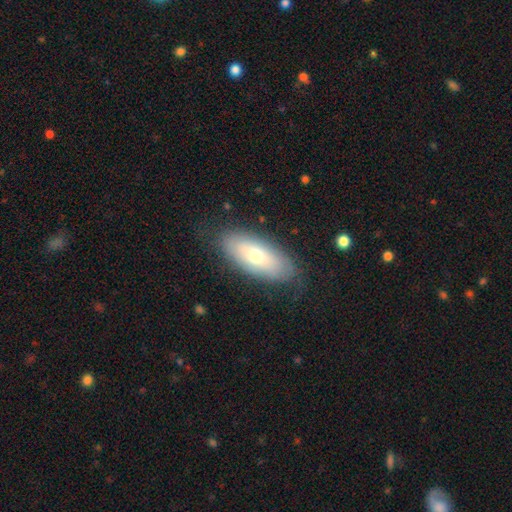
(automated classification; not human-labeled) Smooth or featured: smooth — 63% (featured or disk — 31%)
How rounded: in between — 83% (cigar-shaped — 14%)
Merging: none — 79% (minor disturbance — 15%)